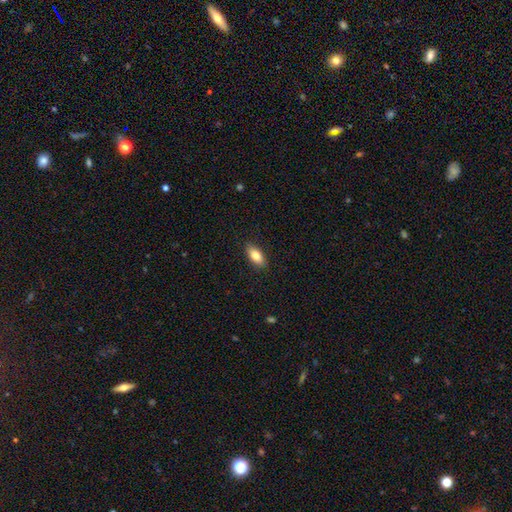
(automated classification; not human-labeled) smooth 80%, featured or disk 13%, star or artifact 7%. Down the decision tree: how rounded — in between (85%); merging — none (88%).